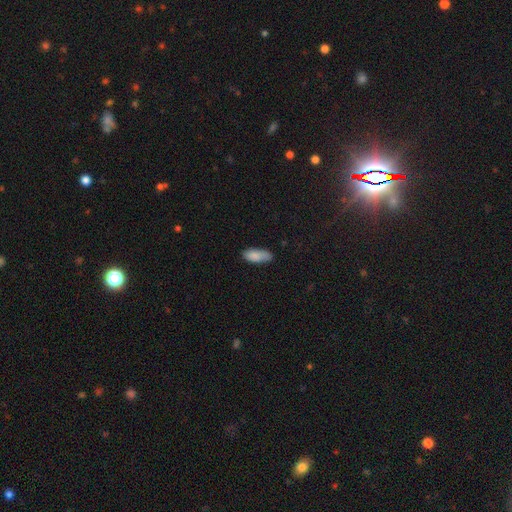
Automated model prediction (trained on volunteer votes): This is clearly a smooth galaxy (85%). How rounded: likely in between (79%). Merging: likely none (66%).